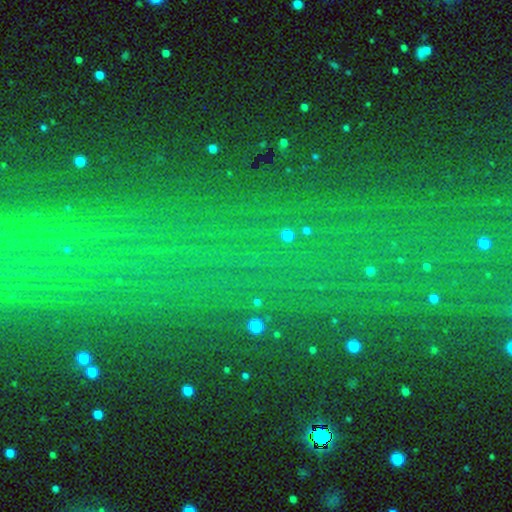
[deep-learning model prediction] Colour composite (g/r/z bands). It shows a star or artifact, not a galaxy (81%).